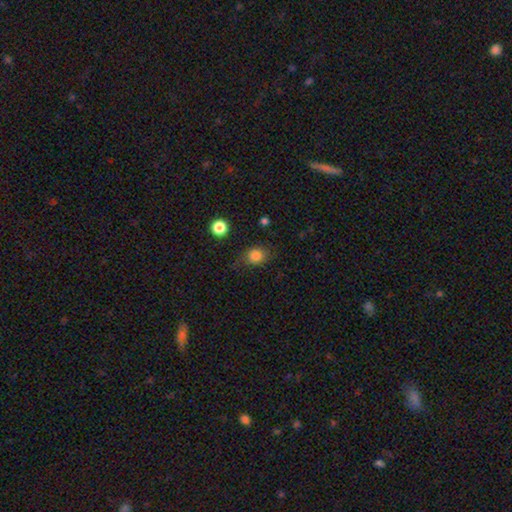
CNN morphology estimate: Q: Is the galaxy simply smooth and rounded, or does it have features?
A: smooth — 82%.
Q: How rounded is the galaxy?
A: round — 67%.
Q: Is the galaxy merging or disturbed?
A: none — 71%.